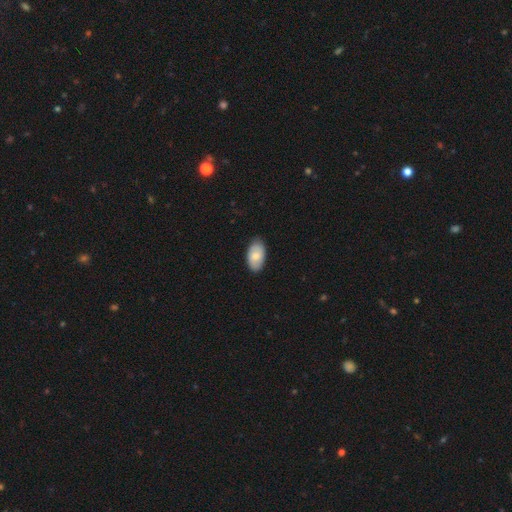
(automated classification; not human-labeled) A smooth galaxy with no disk features (74%) that is in between round and cigar-shaped (94%).

Vote fractions:
- Smooth or featured? smooth: 74% / featured or disk: 20% / star or artifact: 6%
- How rounded? in between: 94% / round: 4% / cigar-shaped: 2%
- Merging? none: 84% / minor disturbance: 13% / major disturbance: 2% / merger: 1%